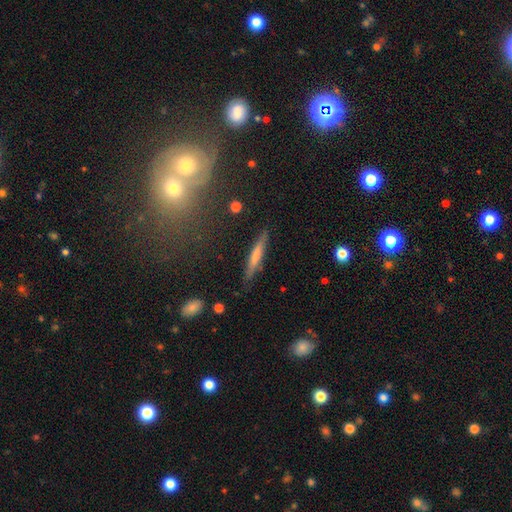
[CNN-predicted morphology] smooth 60%, featured or disk 34%, star or artifact 6%. Down the decision tree: how rounded — cigar-shaped (92%); merging — none (83%).